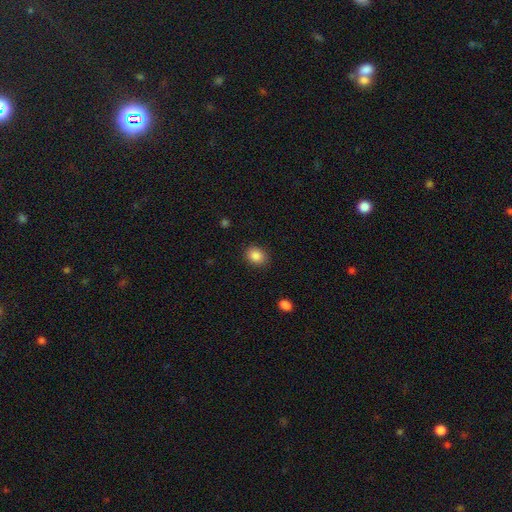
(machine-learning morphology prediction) This appears to be a smooth galaxy with no disk features (87%) that is in between round and cigar-shaped (57%). Merging: none (86%).